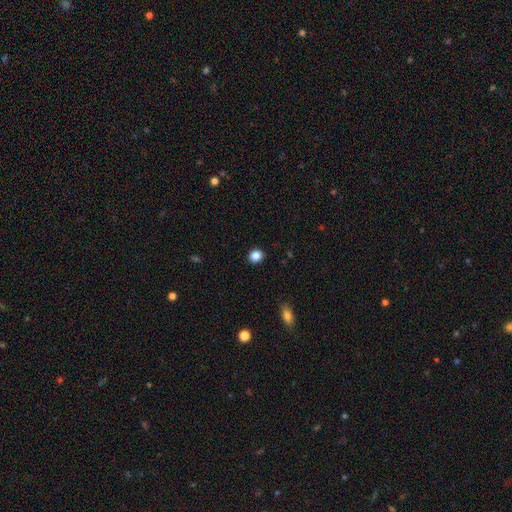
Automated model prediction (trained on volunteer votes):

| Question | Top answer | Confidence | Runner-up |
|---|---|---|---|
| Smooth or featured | smooth | 86% | star or artifact (11%) |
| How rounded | round | 79% | in between (20%) |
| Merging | none | 92% | minor disturbance (6%) |